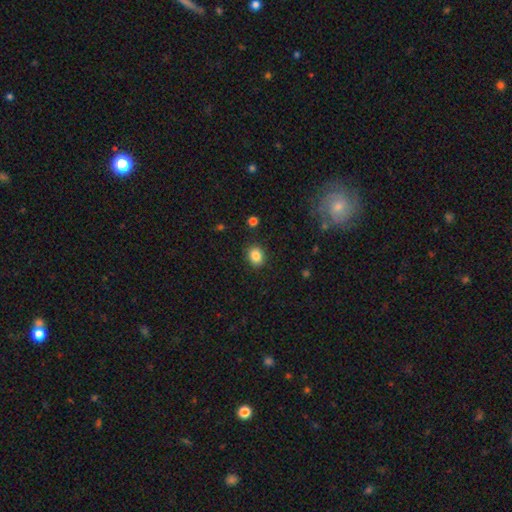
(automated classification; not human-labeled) smooth-or-featured: smooth: 85% | star or artifact: 10% | featured or disk: 5%
  how-rounded: round: 56% | in between: 43% | cigar-shaped: 1%
  merging: none: 88% | minor disturbance: 8% | major disturbance: 2% | merger: 1%